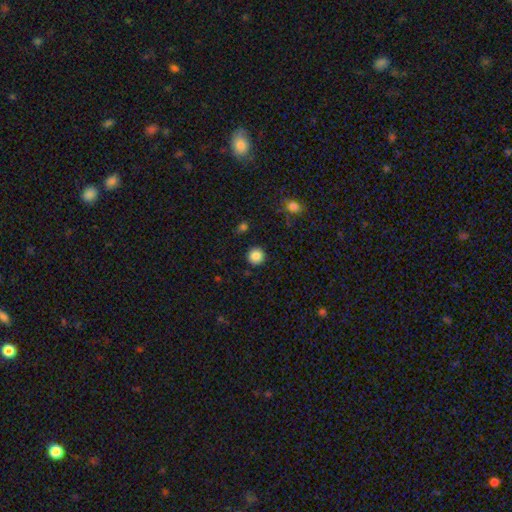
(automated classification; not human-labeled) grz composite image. It shows a smooth galaxy with no disk features (86%) that is round (95%). Merging: none (91%).